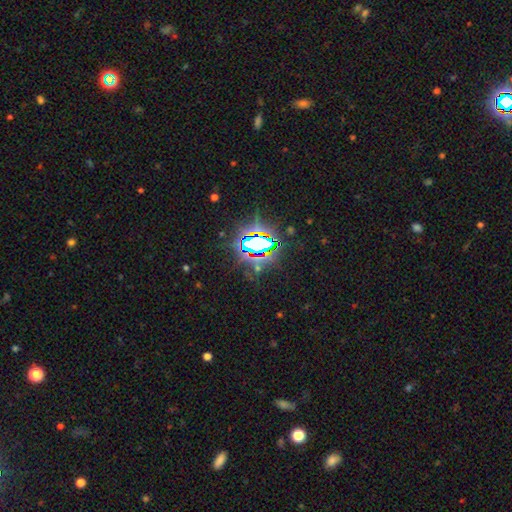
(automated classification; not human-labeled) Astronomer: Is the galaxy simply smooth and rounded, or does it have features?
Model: star or artifact — 79%.